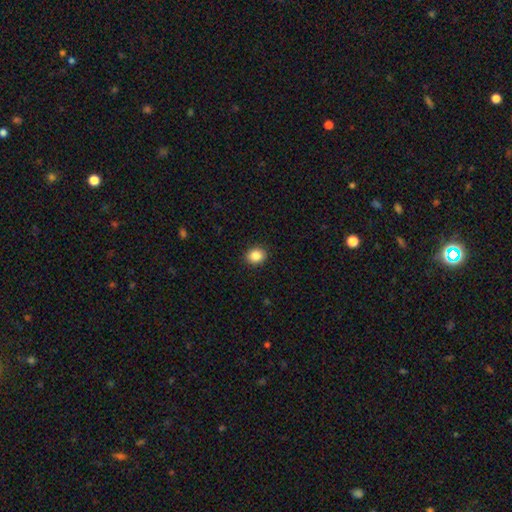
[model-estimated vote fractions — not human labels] A smooth galaxy with no disk features (86%) that is round (65%). Merging: none (91%).